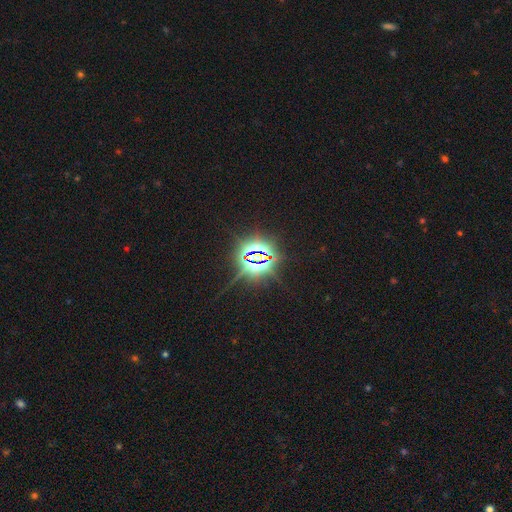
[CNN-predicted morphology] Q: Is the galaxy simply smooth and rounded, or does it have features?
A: star or artifact — 85%.